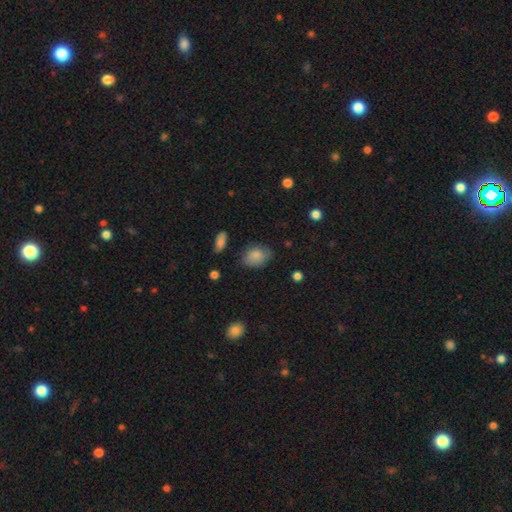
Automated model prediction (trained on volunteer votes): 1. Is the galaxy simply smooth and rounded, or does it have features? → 84% smooth, 9% star or artifact, 8% featured or disk.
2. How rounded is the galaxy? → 72% in between, 27% round, 1% cigar-shaped.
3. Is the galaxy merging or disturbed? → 69% none, 23% minor disturbance, 5% major disturbance, 2% merger.